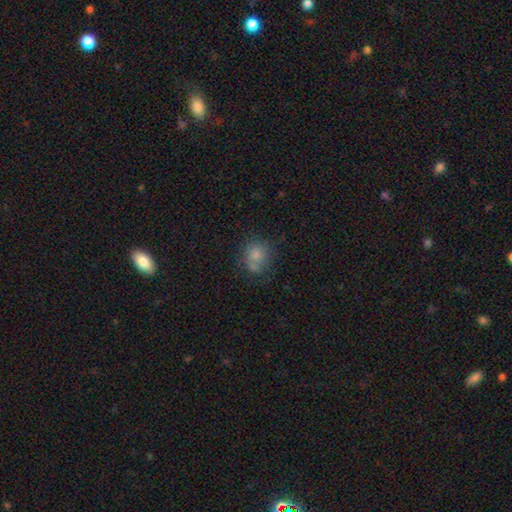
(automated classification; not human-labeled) A smooth galaxy with no disk features (76%) that is round (68%).

Vote fractions:
- Smooth or featured? smooth: 76% / featured or disk: 12% / star or artifact: 12%
- How rounded? round: 68% / in between: 31% / cigar-shaped: 1%
- Merging? none: 58% / minor disturbance: 21% / merger: 12% / major disturbance: 9%